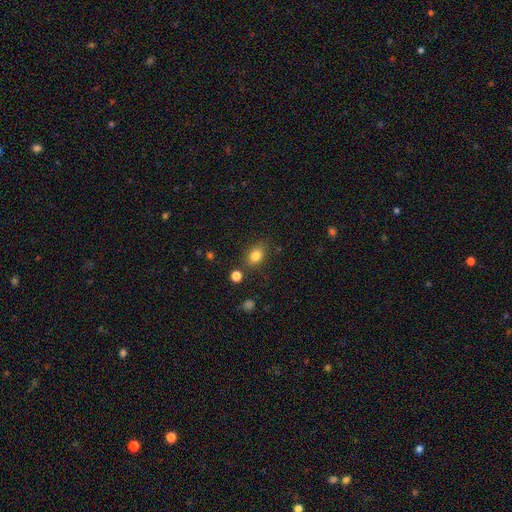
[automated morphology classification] The model was most divided on "how rounded": in between: 73%, round: 25%, cigar-shaped: 2%. More confident: smooth or featured — smooth (81%); merging — none (76%).